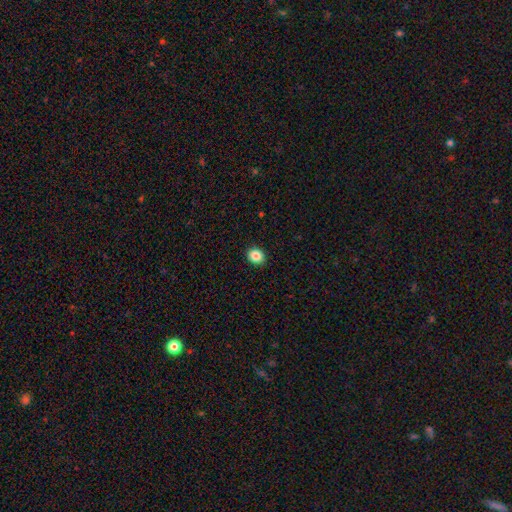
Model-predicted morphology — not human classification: Smooth or featured: smooth — 87% (star or artifact — 9%)
How rounded: round — 66% (in between — 33%)
Merging: none — 92% (minor disturbance — 6%)